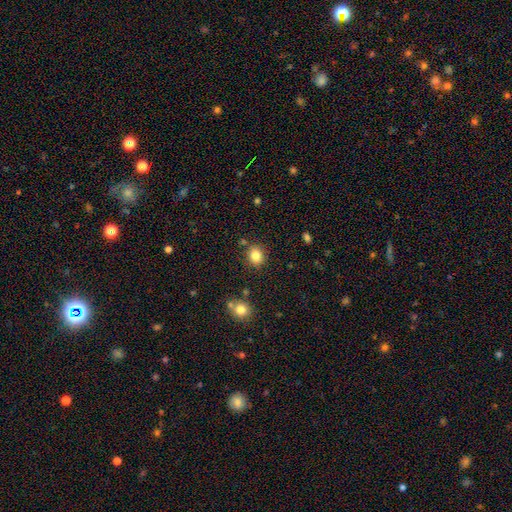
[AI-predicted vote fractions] The model was most divided on "how rounded": round: 71%, in between: 28%, cigar-shaped: 1%. More confident: merging — none (83%); smooth or featured — smooth (83%).